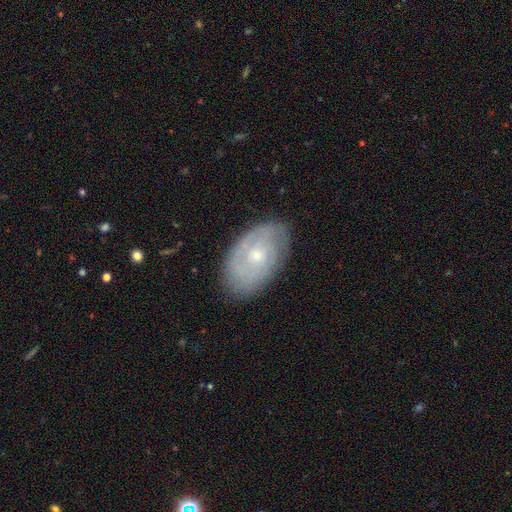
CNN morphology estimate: Smooth or featured: featured or disk — 70% (smooth — 23%)
Edge-on disk: no — 94% (yes — 6%)
Bar: no — 75% (weak — 22%)
Spiral arms: yes — 85% (no — 15%)
Spiral winding: tight — 67% (medium — 25%)
Spiral arm count: can't tell — 45% (2 — 31%)
Bulge size: small — 53% (moderate — 43%)
Merging: none — 79% (minor disturbance — 16%)